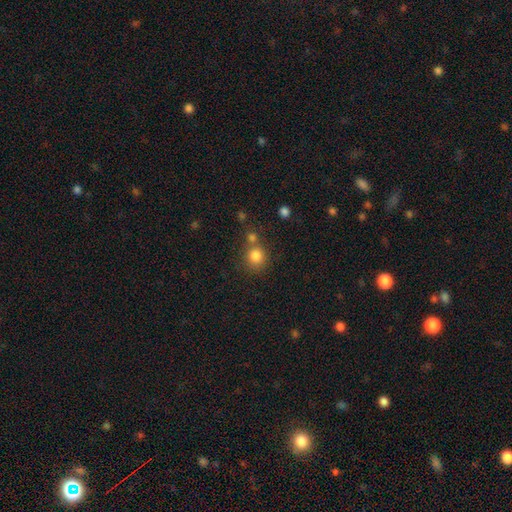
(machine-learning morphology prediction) Smooth or featured? Predicted: smooth (p=0.82). How rounded? Predicted: round (p=0.87). Merging? Predicted: none (p=0.61).